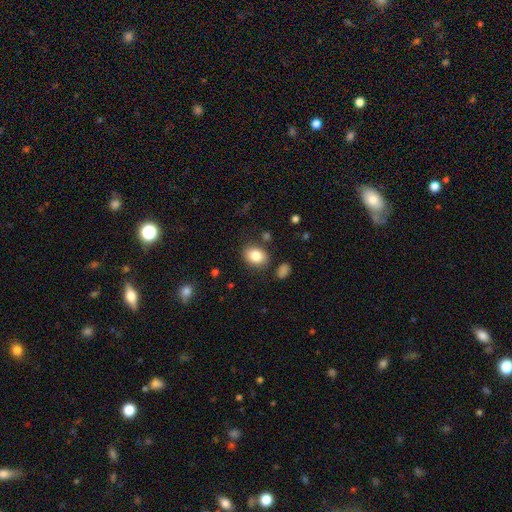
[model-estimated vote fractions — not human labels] The model was most divided on "how rounded": in between: 65%, round: 34%, cigar-shaped: 1%. More confident: smooth or featured — smooth (85%); merging — none (82%).